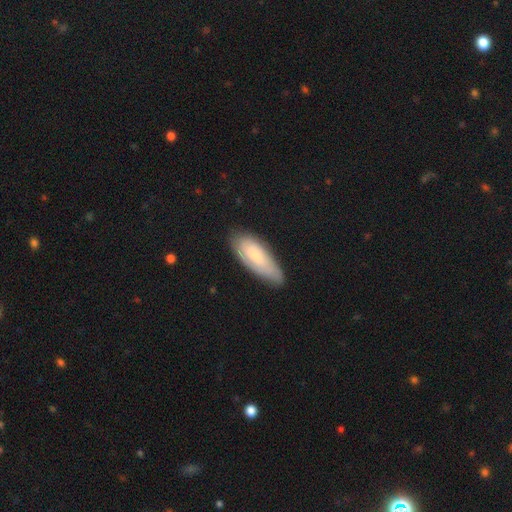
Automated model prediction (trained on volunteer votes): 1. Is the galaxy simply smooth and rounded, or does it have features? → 60% smooth, 34% featured or disk, 6% star or artifact.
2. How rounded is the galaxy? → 73% in between, 25% cigar-shaped, 2% round.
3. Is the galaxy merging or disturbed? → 69% none, 24% minor disturbance, 5% major disturbance, 2% merger.